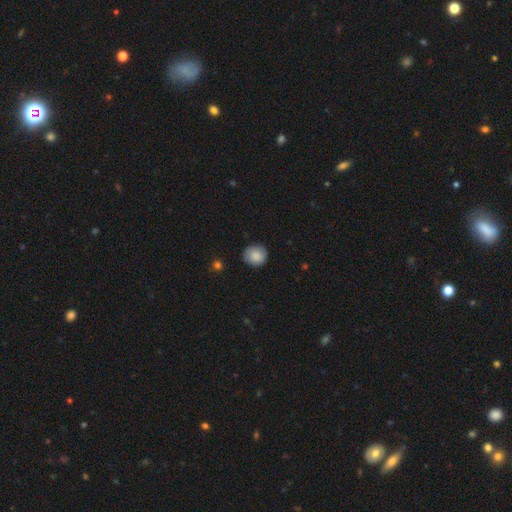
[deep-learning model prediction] Overall: smooth (86%). How rounded: round (90%). Merging: none (86%).